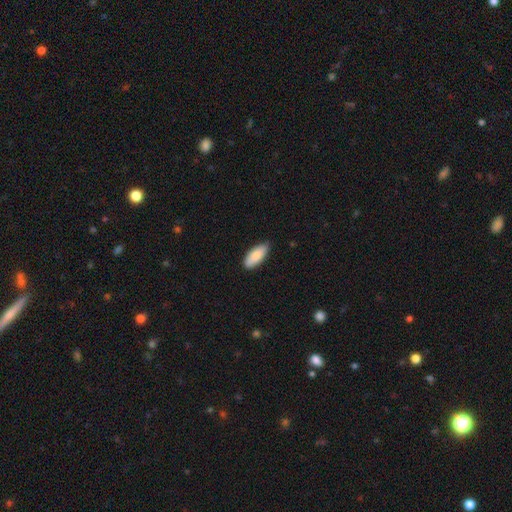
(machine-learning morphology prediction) This is clearly a smooth galaxy (85%). How rounded: clearly in between (86%). Merging: clearly none (83%).